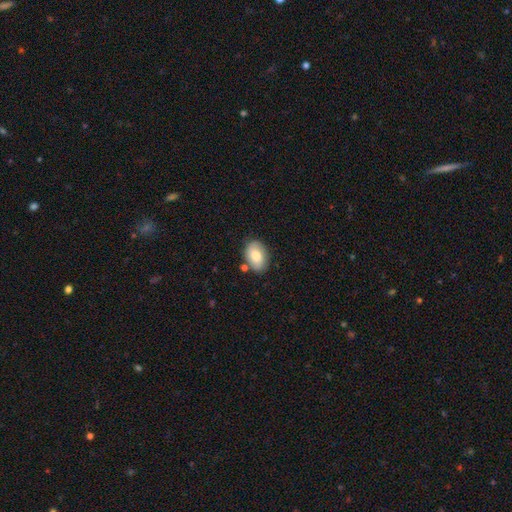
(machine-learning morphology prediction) smooth 75%, featured or disk 19%, star or artifact 7%. Down the decision tree: how rounded — in between (84%); merging — none (78%).